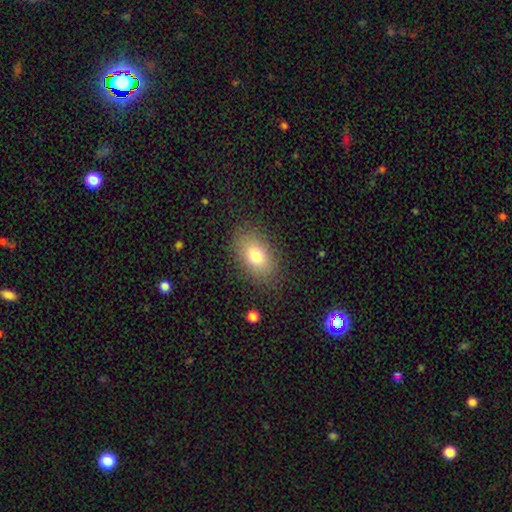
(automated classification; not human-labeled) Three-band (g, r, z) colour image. It shows a smooth galaxy with no disk features (77%) that is in between round and cigar-shaped (85%). Merging: none (83%).